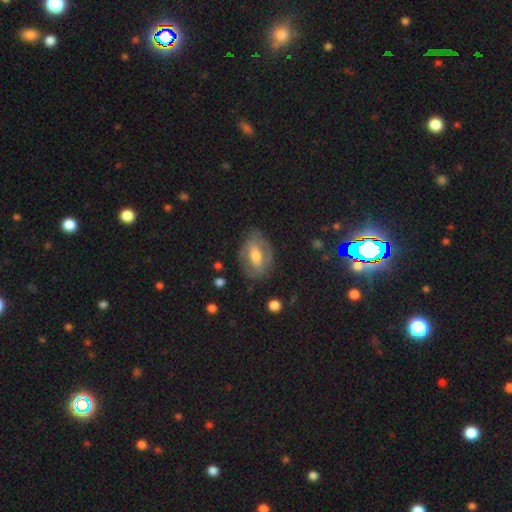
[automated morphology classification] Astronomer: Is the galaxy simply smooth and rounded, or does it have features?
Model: featured or disk — 61%.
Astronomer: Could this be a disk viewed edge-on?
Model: no — 92%.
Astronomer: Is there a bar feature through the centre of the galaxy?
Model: weak — 36% (runner-up: no, 33%).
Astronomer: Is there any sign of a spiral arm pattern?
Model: yes — 56% (runner-up: no, 44%).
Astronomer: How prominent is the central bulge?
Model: moderate — 62%.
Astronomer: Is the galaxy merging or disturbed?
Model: none — 71%.